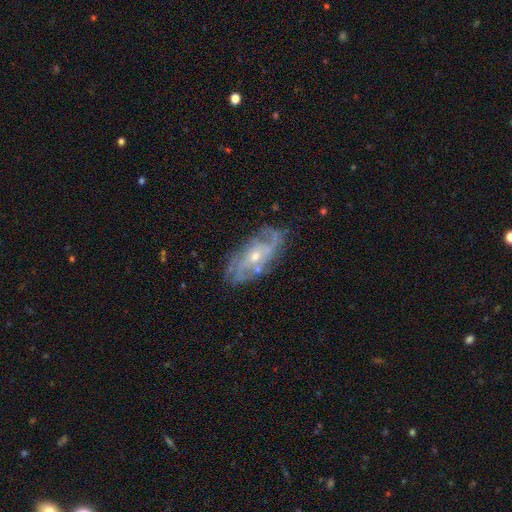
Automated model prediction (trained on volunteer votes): Smooth or featured?
  - featured or disk: 82% *
  - smooth: 12%
  - star or artifact: 7%
Edge-on disk?
  - no: 91% *
  - yes: 9%
Bar?
  - no: 68% *
  - weak: 26%
  - strong: 6%
Spiral arms?
  - yes: 89% *
  - no: 11%
Spiral winding?
  - tight: 41% *
  - medium: 40%
  - loose: 19%
Spiral arm count?
  - 2: 36% *
  - can't tell: 35%
  - 3: 14%
  - 4: 7%
  - 1: 5%
  - more than 4: 4%
Bulge size?
  - small: 57% *
  - moderate: 40%
  - large: 1%
  - none: 1%
  - dominant: 1%
Merging?
  - none: 72% *
  - minor disturbance: 18%
  - major disturbance: 7%
  - merger: 3%